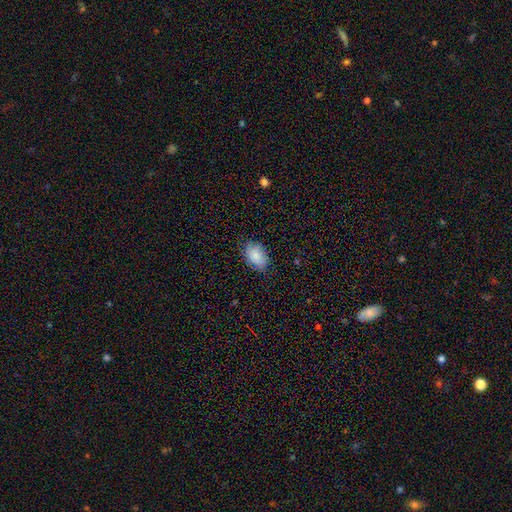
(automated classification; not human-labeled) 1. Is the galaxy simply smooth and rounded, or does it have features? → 84% smooth, 9% featured or disk, 7% star or artifact.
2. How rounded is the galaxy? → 89% in between, 10% round, 1% cigar-shaped.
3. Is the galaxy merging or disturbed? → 78% none, 18% minor disturbance, 4% major disturbance, 1% merger.